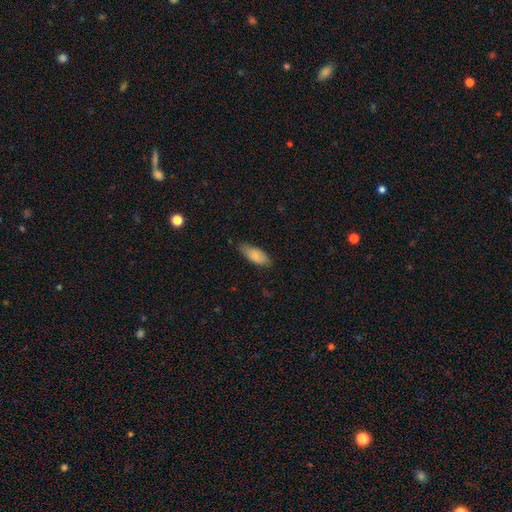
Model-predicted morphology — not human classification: Smooth or featured? smooth (79%)
How rounded? in between (85%)
Merging? none (68%)